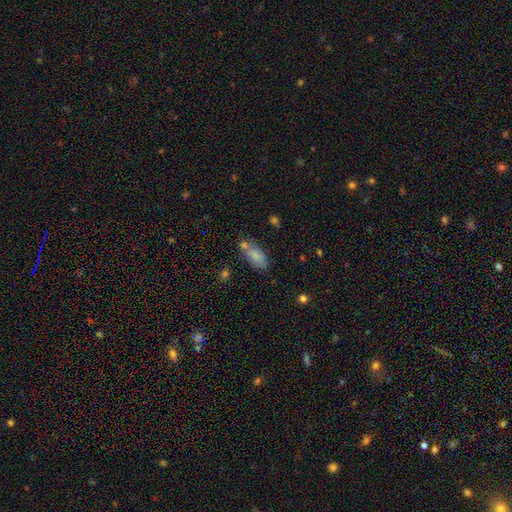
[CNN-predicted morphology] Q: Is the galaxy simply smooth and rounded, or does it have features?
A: smooth — 80%.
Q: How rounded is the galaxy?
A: in between — 87%.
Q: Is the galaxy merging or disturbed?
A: none — 53%.